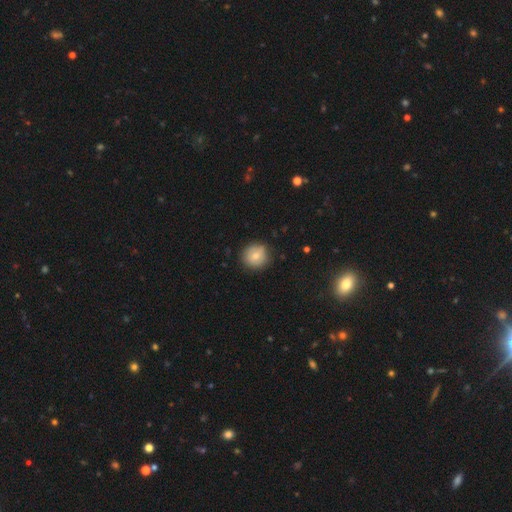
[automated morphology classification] smooth 73%, featured or disk 18%, star or artifact 9%. Down the decision tree: how rounded — round (89%); merging — none (83%).